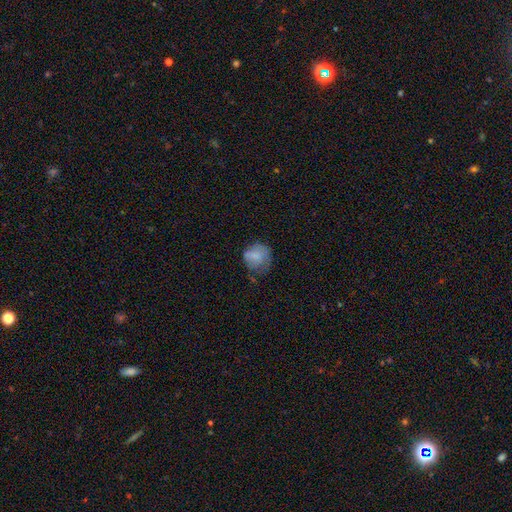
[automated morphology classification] A smooth galaxy with no disk features (73%) that is round (76%). Merging: none (46%).